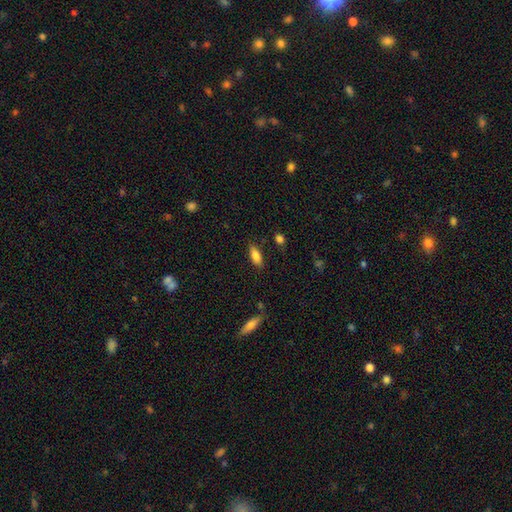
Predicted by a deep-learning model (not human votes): Morphology: type=smooth (80%); roundness=in between (76%); merging=none (83%).